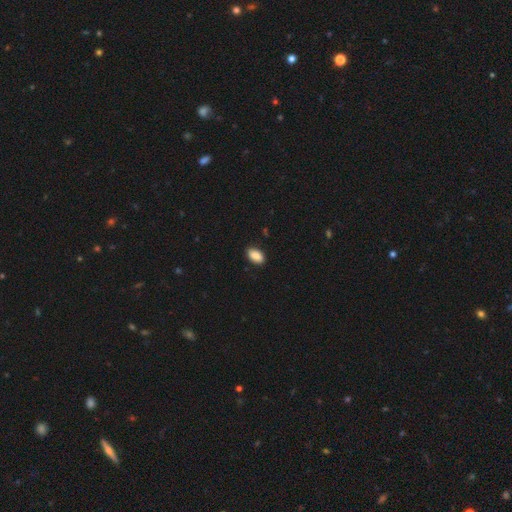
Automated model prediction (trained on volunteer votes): Smooth or featured? smooth (89%)
How rounded? in between (93%)
Merging? none (88%)